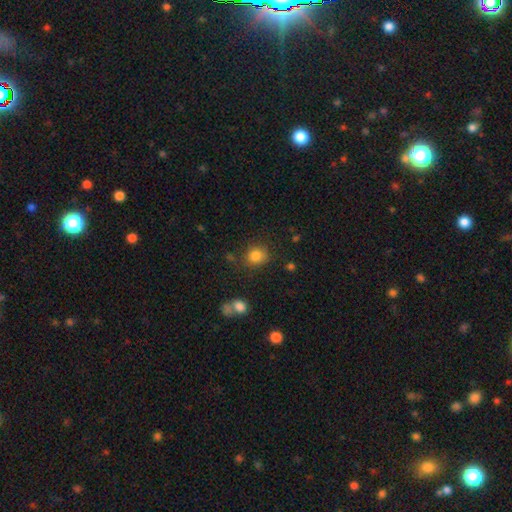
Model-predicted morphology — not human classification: The model was most divided on "how rounded": round: 76%, in between: 23%, cigar-shaped: 1%. More confident: smooth or featured — smooth (83%); merging — none (76%).